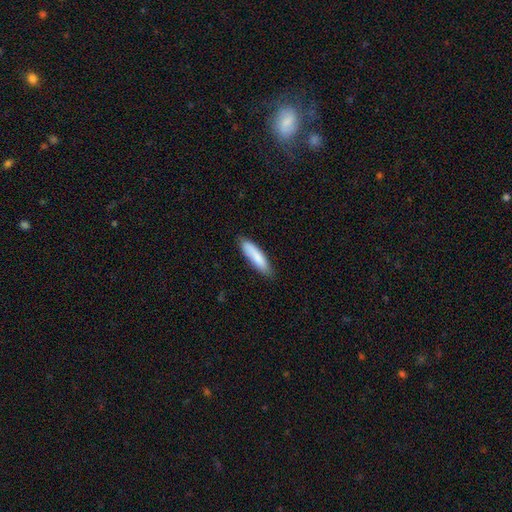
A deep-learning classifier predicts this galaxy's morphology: This is clearly a smooth galaxy (84%). How rounded: likely cigar-shaped (70%). Merging: likely none (79%).